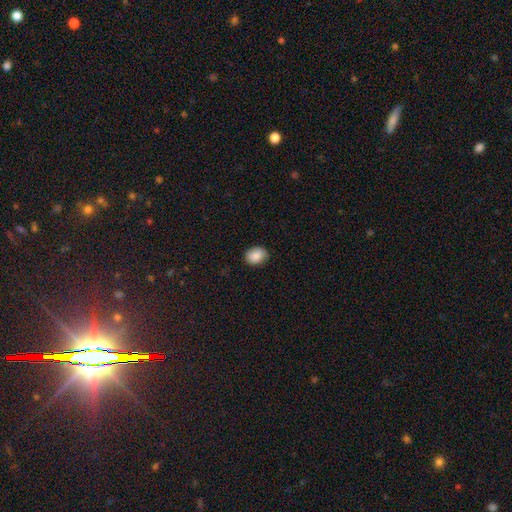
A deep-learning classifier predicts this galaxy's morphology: Overall: smooth (88%). How rounded: in between (64%; round 35%). Merging: none (87%).